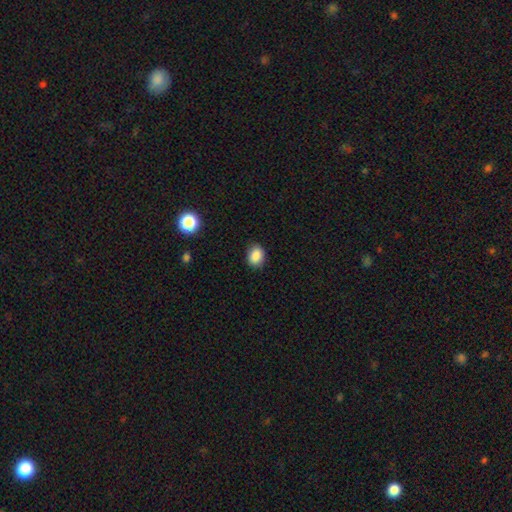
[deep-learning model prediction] Smooth or featured? Predicted: smooth (p=0.87). How rounded? Predicted: in between (p=0.56). Merging? Predicted: none (p=0.84).